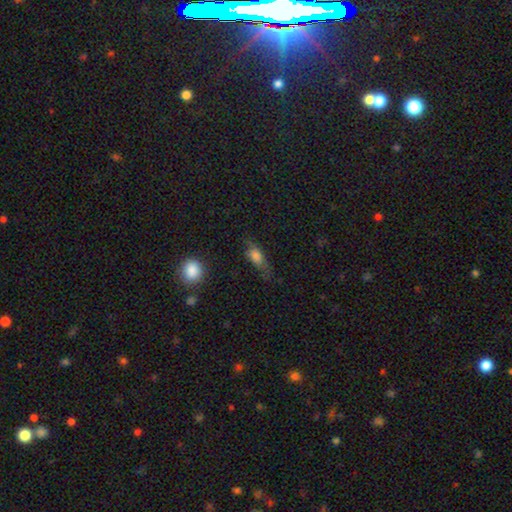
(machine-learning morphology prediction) smooth 70%, featured or disk 19%, star or artifact 11%. Down the decision tree: how rounded — in between (70%); merging — none (53%).